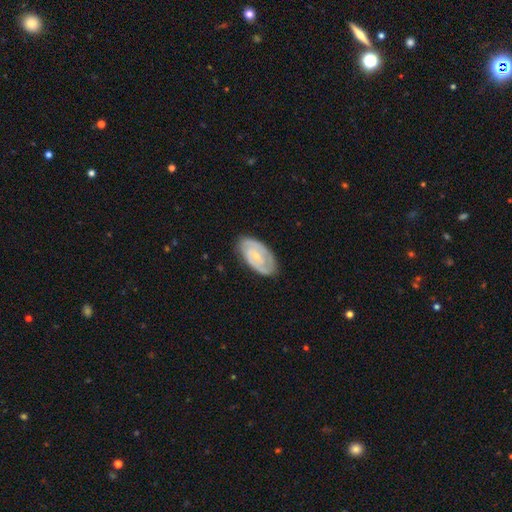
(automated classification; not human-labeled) A featured or disk galaxy (76%) with no bar (59%), 2 (57%) tight (62%) spiral arms (87%) and a small central bulge (68%). Merging: none (77%).